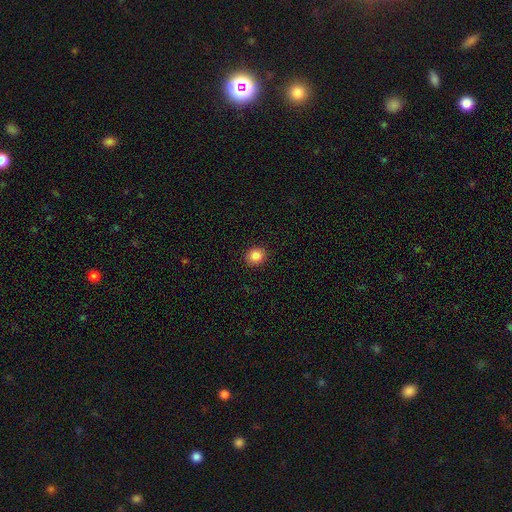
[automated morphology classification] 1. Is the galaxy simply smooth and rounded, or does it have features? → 85% smooth, 10% star or artifact, 4% featured or disk.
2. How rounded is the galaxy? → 77% round, 22% in between, 1% cigar-shaped.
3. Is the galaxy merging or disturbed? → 91% none, 6% minor disturbance, 2% major disturbance, 1% merger.